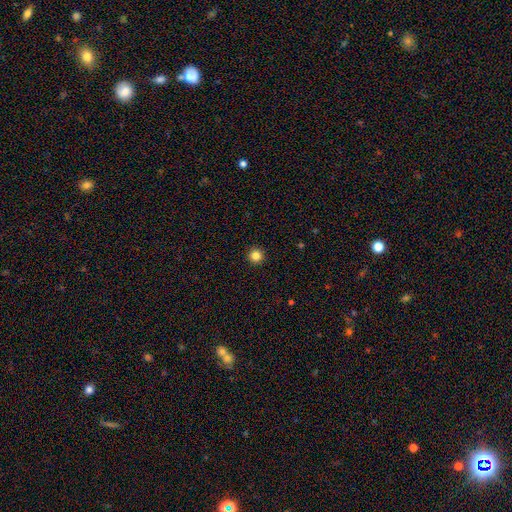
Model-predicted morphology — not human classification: This is clearly a smooth galaxy (84%). How rounded: clearly round (96%). Merging: clearly none (94%).